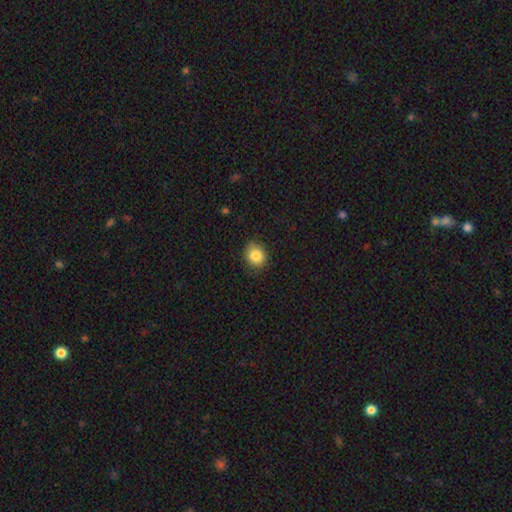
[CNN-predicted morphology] Smooth or featured? smooth (84%)
How rounded? round (67%)
Merging? none (86%)